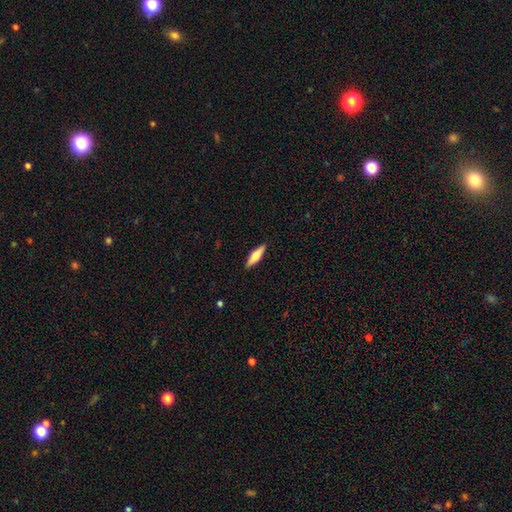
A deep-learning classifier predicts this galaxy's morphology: Overall: smooth (64%; featured or disk 31%). How rounded: cigar-shaped (66%; in between 32%). Merging: none (89%).